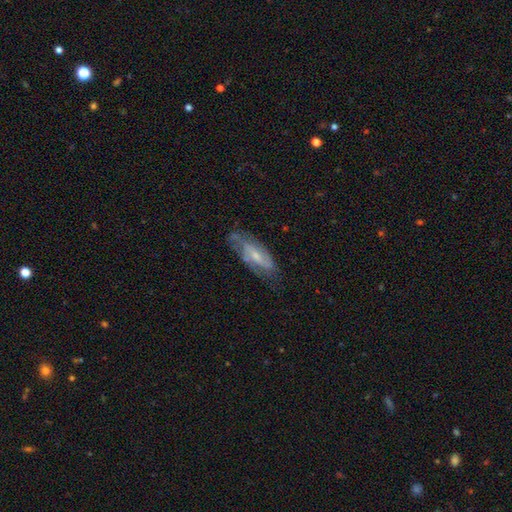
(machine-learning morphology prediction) This appears to be a featured or disk galaxy (71%) with a weak bar (45%), 2 (62%) medium (44%) spiral arms (86%) and a small central bulge (56%). Merging: none (63%).